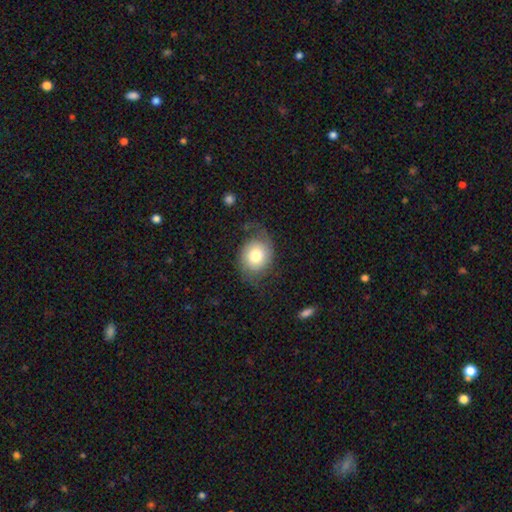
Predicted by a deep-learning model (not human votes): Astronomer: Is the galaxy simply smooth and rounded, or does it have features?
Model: smooth — 57% (runner-up: featured or disk, 35%).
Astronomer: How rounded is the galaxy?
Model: round — 61% (runner-up: in between, 38%).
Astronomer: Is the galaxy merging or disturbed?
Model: none — 61%.